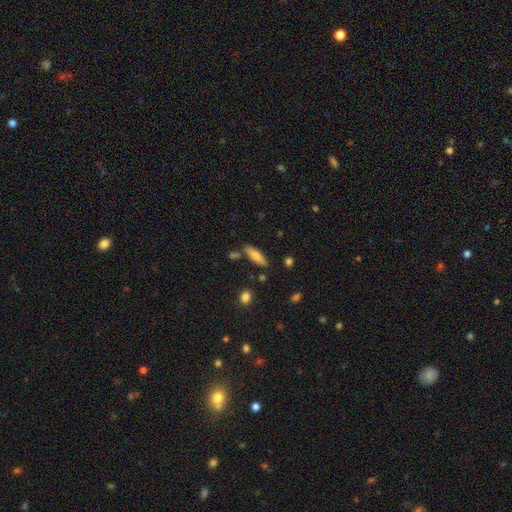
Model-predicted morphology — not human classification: Smooth or featured: smooth — 76% (featured or disk — 17%)
How rounded: cigar-shaped — 56% (in between — 42%)
Merging: none — 79% (minor disturbance — 12%)